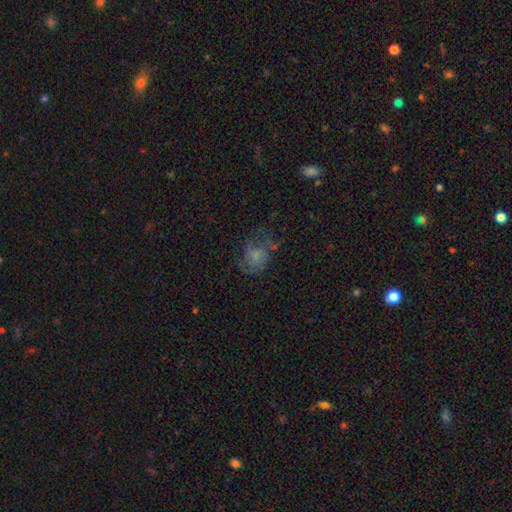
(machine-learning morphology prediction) A smooth galaxy with no disk features (47%).

Vote fractions:
- Smooth or featured? smooth: 47% / featured or disk: 41% / star or artifact: 13%
- Merging? none: 41% / major disturbance: 32% / minor disturbance: 23% / merger: 4%